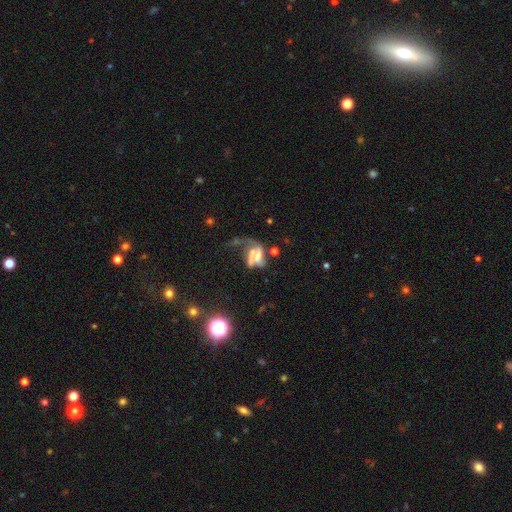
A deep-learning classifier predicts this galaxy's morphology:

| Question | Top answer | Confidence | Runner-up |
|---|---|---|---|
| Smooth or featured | featured or disk | 60% | smooth (25%) |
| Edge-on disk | no | 95% | yes (5%) |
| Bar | no | 56% | weak (29%) |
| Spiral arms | yes | 61% | no (39%) |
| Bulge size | small | 37% | moderate (30%) |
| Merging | major disturbance | 43% | merger (28%) |